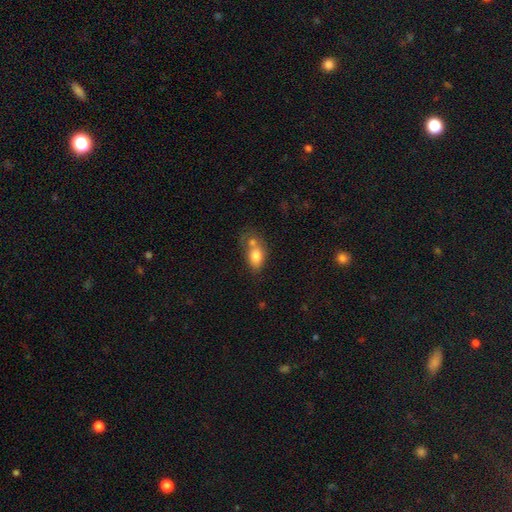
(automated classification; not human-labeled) A smooth galaxy with no disk features (76%) that is in between round and cigar-shaped (79%).

Vote fractions:
- Smooth or featured? smooth: 76% / featured or disk: 16% / star or artifact: 8%
- How rounded? in between: 79% / round: 18% / cigar-shaped: 3%
- Merging? merger: 49% / none: 29% / minor disturbance: 14% / major disturbance: 8%